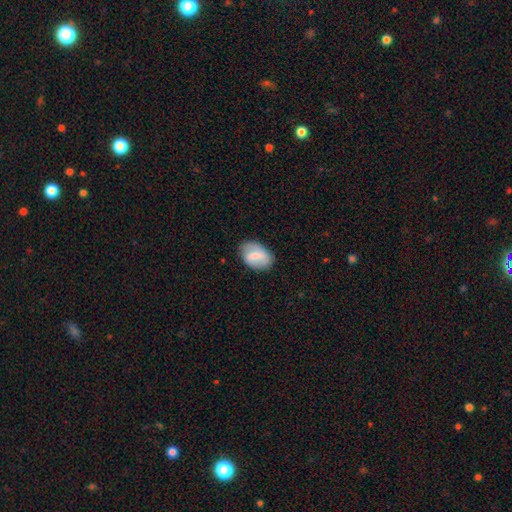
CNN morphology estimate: Smooth or featured? Predicted: smooth (p=0.59). How rounded? Predicted: in between (p=0.85). Merging? Predicted: none (p=0.77).